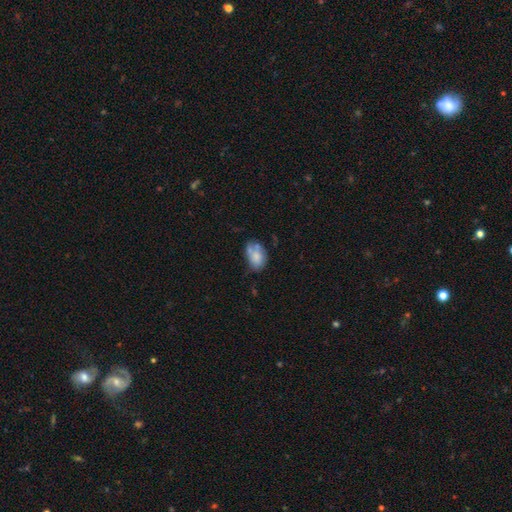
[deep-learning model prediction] Morphology: type=smooth (68%); roundness=in between (84%); merging=none (40%).